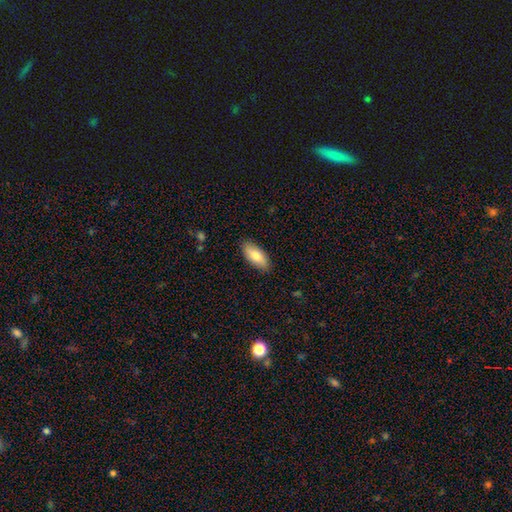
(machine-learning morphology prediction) Q: Smooth or featured?
A: smooth (79%); runner-up: featured or disk (15%)
Q: How rounded?
A: in between (87%); runner-up: cigar-shaped (11%)
Q: Merging?
A: none (87%); runner-up: minor disturbance (10%)